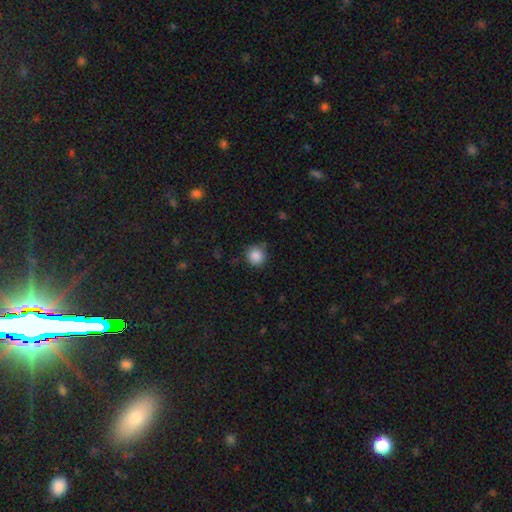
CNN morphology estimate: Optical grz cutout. It shows a smooth galaxy with no disk features (87%) that is round (93%). Merging: none (83%).